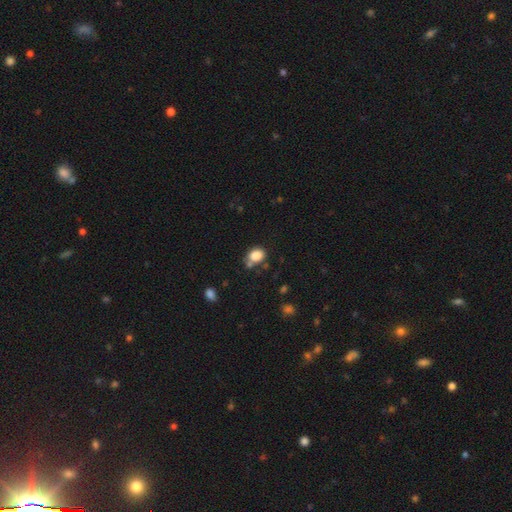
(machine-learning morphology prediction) Q: Smooth or featured?
A: smooth (84%); runner-up: star or artifact (10%)
Q: How rounded?
A: in between (57%); runner-up: round (42%)
Q: Merging?
A: none (59%); runner-up: minor disturbance (19%)